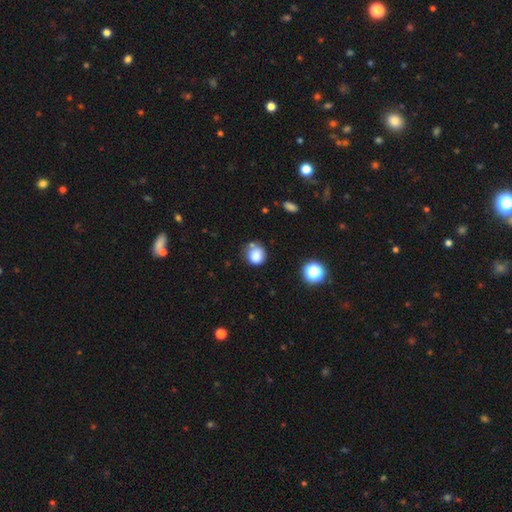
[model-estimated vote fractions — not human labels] Smooth or featured? smooth (82%)
How rounded? round (81%)
Merging? none (59%)